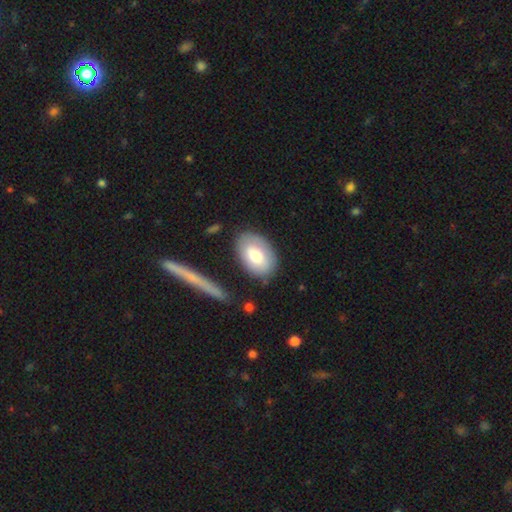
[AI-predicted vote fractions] A smooth galaxy with no disk features (73%) that is in between round and cigar-shaped (88%).

Vote fractions:
- Smooth or featured? smooth: 73% / featured or disk: 21% / star or artifact: 6%
- How rounded? in between: 88% / round: 11% / cigar-shaped: 1%
- Merging? none: 79% / minor disturbance: 13% / major disturbance: 4% / merger: 4%